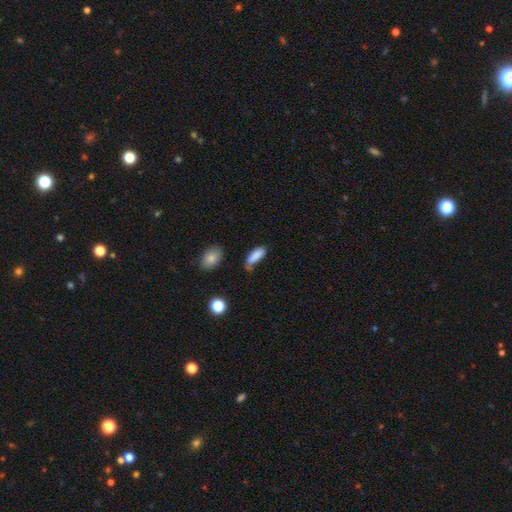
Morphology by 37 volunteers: Smooth or featured?
  - smooth: 84% *
  - featured or disk: 11%
  - star or artifact: 5%
How rounded?
  - in between: 65% *
  - cigar-shaped: 35%
  - round: 0%
Merging?
  - none: 60% *
  - minor disturbance: 29%
  - major disturbance: 6%
  - merger: 6%